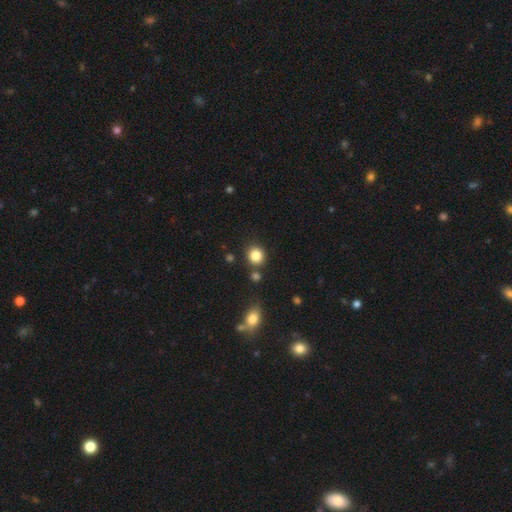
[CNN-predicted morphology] smooth_or_featured: smooth (p=0.84) [alt: star or artifact p=0.11]
how_rounded: round (p=0.85) [alt: in between p=0.14]
merging: none (p=0.80) [alt: minor disturbance p=0.09]